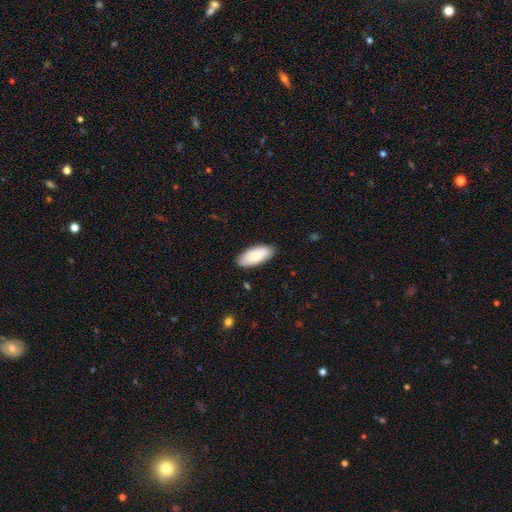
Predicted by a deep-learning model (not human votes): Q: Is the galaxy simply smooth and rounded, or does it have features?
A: smooth — 84%.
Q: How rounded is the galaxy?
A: in between — 87%.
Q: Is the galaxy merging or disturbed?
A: none — 87%.